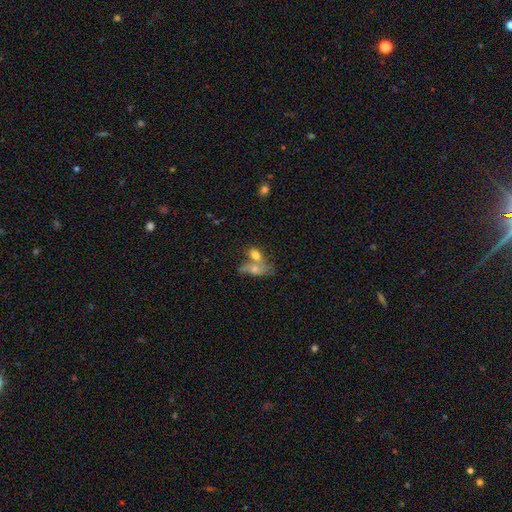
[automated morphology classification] Q: Smooth or featured?
A: smooth (68%); runner-up: featured or disk (21%)
Q: How rounded?
A: in between (78%); runner-up: round (15%)
Q: Merging?
A: merger (60%); runner-up: none (24%)